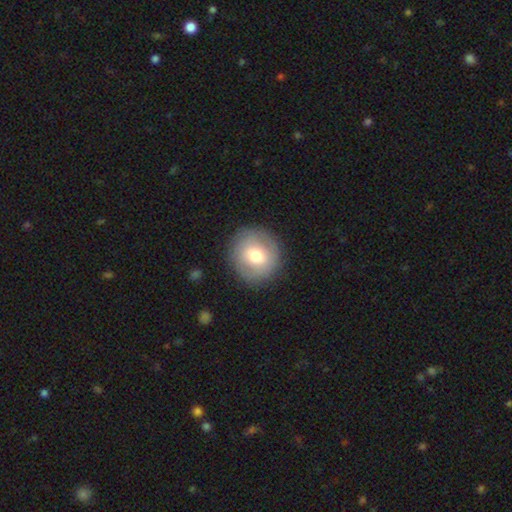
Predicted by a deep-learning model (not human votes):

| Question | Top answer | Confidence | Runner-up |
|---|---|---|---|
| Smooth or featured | smooth | 64% | featured or disk (28%) |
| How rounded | round | 90% | in between (9%) |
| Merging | none | 86% | minor disturbance (9%) |